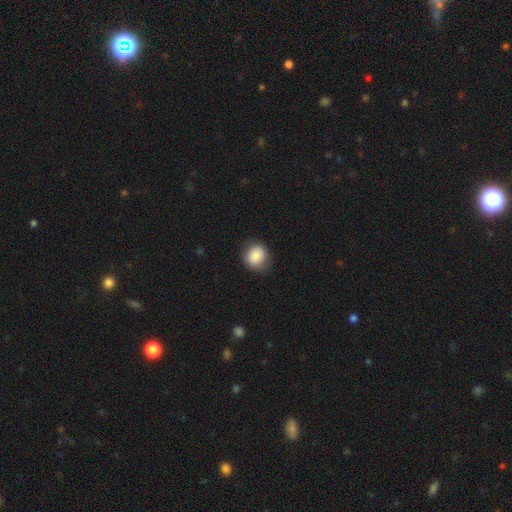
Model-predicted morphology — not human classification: A smooth galaxy with no disk features (84%) that is round (79%).

Vote fractions:
- Smooth or featured? smooth: 84% / star or artifact: 8% / featured or disk: 8%
- How rounded? round: 79% / in between: 20% / cigar-shaped: 1%
- Merging? none: 79% / minor disturbance: 16% / major disturbance: 4% / merger: 1%